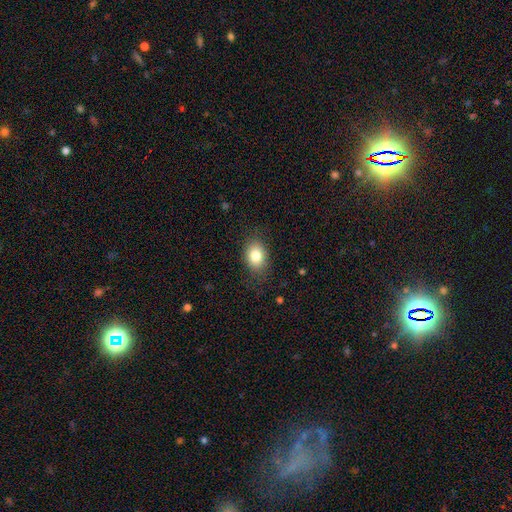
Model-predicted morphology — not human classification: type=smooth (81%); roundness=in between (71%); merging=none (81%).